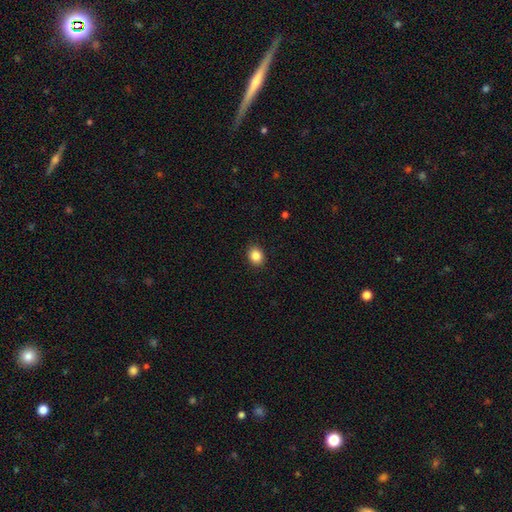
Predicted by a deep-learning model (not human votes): Morphology: type=smooth (86%); roundness=round (61%); merging=none (90%).